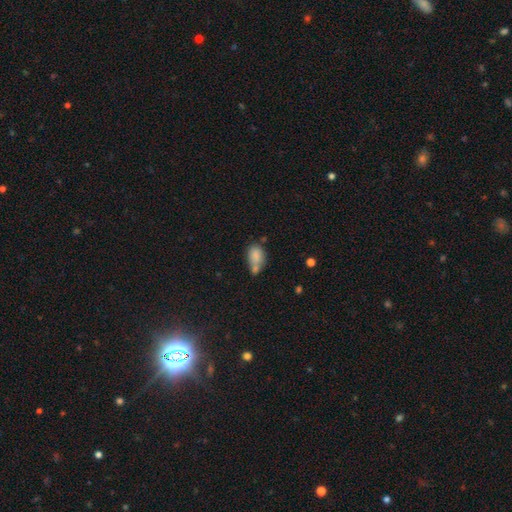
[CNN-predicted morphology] A smooth galaxy with no disk features (80%) that is in between round and cigar-shaped (84%).

Vote fractions:
- Smooth or featured? smooth: 80% / featured or disk: 11% / star or artifact: 9%
- How rounded? in between: 84% / round: 14% / cigar-shaped: 2%
- Merging? merger: 39% / none: 34% / minor disturbance: 19% / major disturbance: 8%